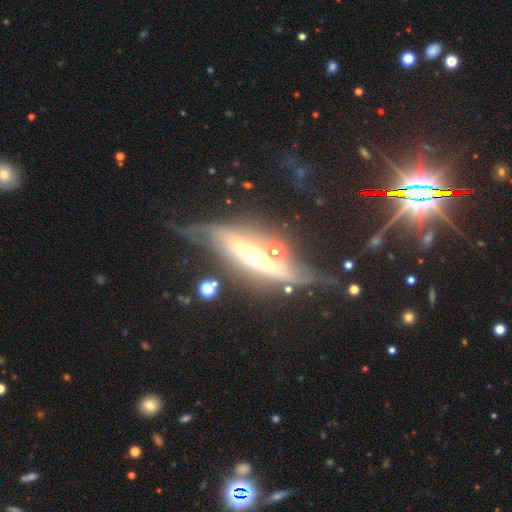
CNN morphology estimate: Smooth or featured? featured or disk (78%)
Edge-on disk? yes (62%)
Merging? none (43%)